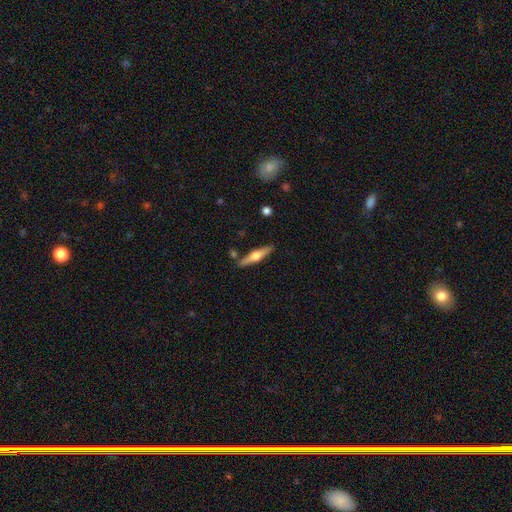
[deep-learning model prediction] smooth-or-featured: featured or disk: 58% | smooth: 36% | star or artifact: 6%
  disk-edge-on: yes: 96% | no: 4%
    edge-on-bulge: rounded: 94% | boxy: 3% | none: 3%
  merging: none: 86% | minor disturbance: 9% | merger: 4% | major disturbance: 2%